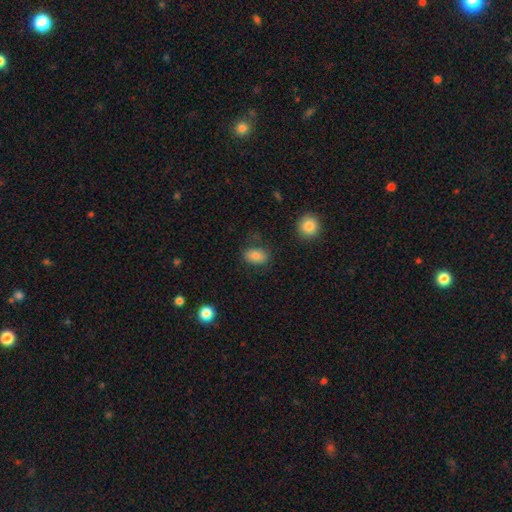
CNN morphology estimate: A smooth galaxy with no disk features (81%) that is in between round and cigar-shaped (80%).

Vote fractions:
- Smooth or featured? smooth: 81% / star or artifact: 10% / featured or disk: 9%
- How rounded? in between: 80% / round: 19% / cigar-shaped: 1%
- Merging? none: 79% / minor disturbance: 14% / major disturbance: 4% / merger: 3%